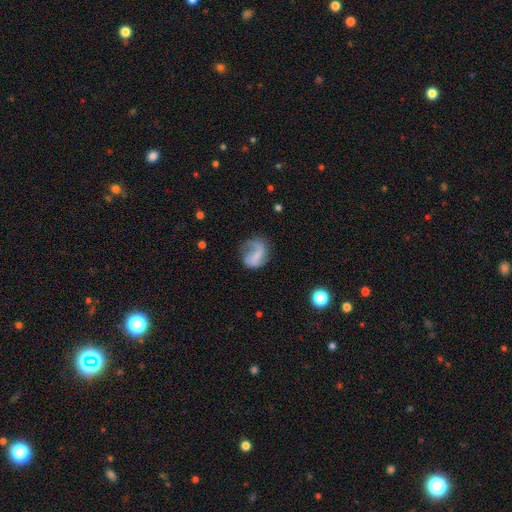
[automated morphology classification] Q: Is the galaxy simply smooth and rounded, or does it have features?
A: featured or disk — 51%.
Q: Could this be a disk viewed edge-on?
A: no — 97%.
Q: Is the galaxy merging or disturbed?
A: none — 41%.